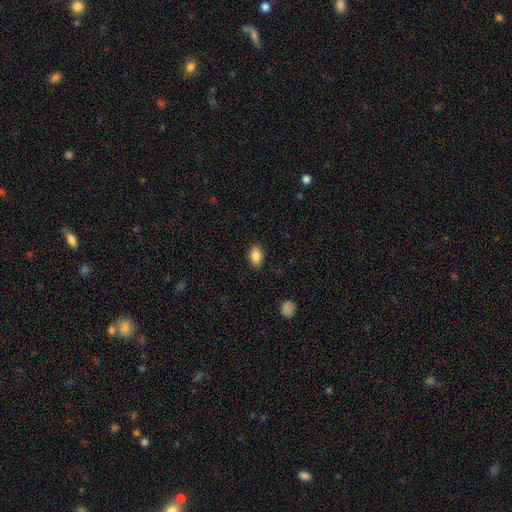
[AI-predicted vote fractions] Smooth or featured?
  - smooth: 86% *
  - star or artifact: 8%
  - featured or disk: 6%
How rounded?
  - in between: 89% *
  - round: 9%
  - cigar-shaped: 2%
Merging?
  - none: 87% *
  - minor disturbance: 10%
  - major disturbance: 2%
  - merger: 1%